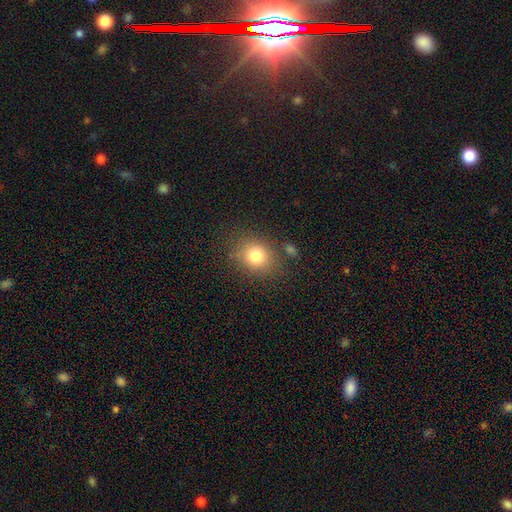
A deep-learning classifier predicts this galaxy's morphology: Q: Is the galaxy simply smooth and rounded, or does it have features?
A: smooth — 78%.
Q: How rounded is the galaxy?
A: round — 67%.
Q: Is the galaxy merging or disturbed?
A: none — 79%.